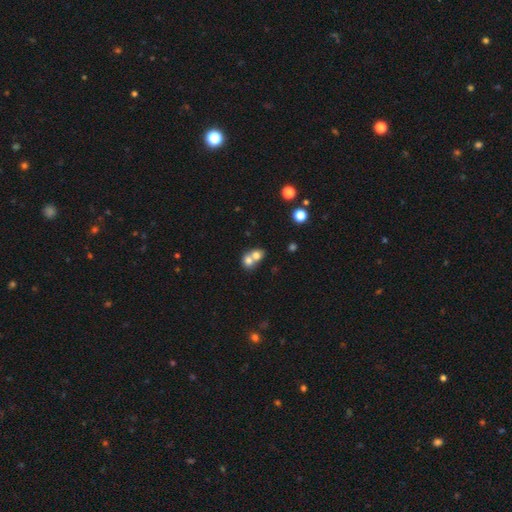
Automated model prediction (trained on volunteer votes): This is likely a smooth galaxy (72%). How rounded: likely round (64%). Merging: likely merger (70%).